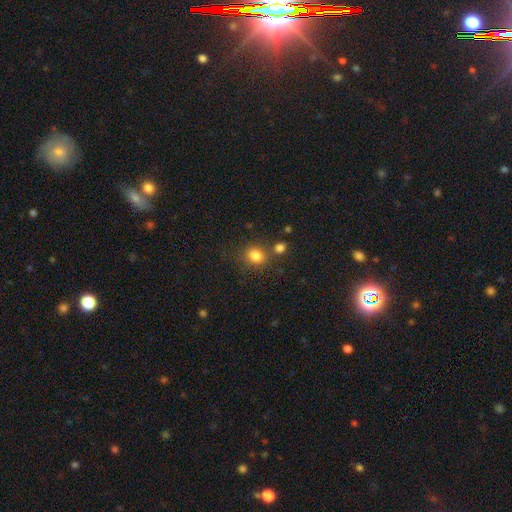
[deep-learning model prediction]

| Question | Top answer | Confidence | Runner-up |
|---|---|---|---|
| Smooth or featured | smooth | 82% | star or artifact (12%) |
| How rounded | round | 68% | in between (31%) |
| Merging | none | 71% | merger (14%) |